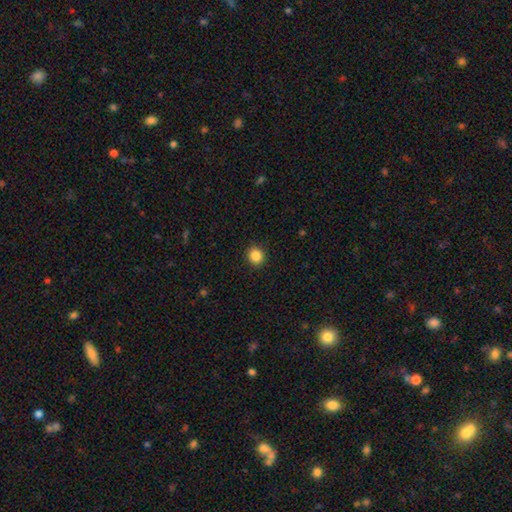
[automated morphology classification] smooth-or-featured: smooth: 86% | star or artifact: 10% | featured or disk: 4%
  how-rounded: round: 82% | in between: 17% | cigar-shaped: 1%
  merging: none: 91% | minor disturbance: 6% | major disturbance: 2% | merger: 1%